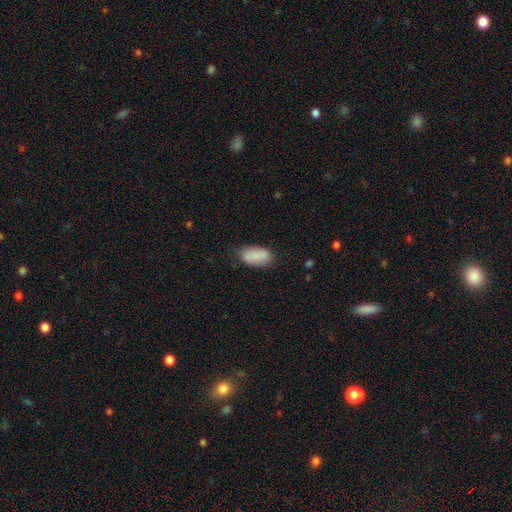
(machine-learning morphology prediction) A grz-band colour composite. It shows a smooth galaxy with no disk features (83%) that is in between round and cigar-shaped (93%). Merging: none (79%).